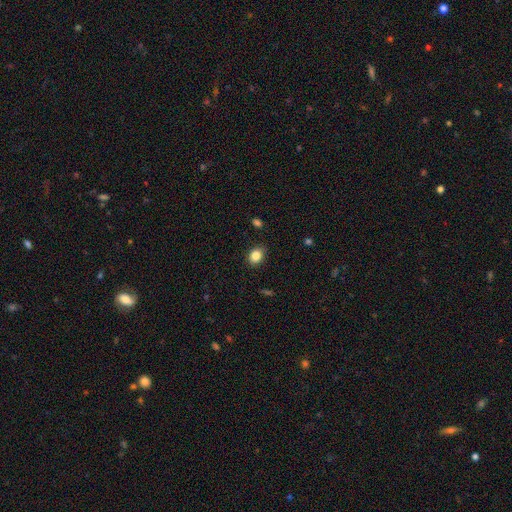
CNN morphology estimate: A smooth galaxy with no disk features (85%) that is in between round and cigar-shaped (54%). Merging: none (86%).